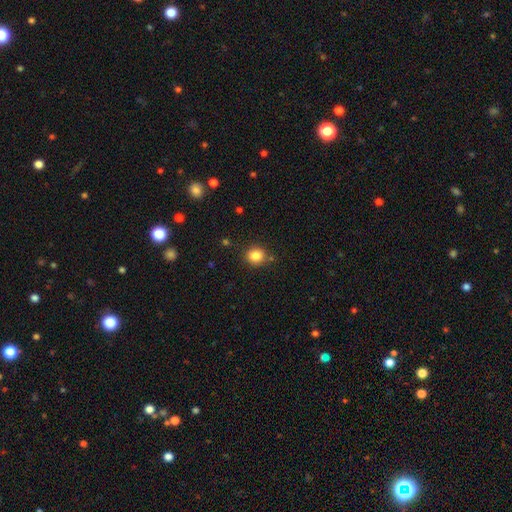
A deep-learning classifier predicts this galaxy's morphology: type=smooth (84%); roundness=round (80%); merging=none (84%).